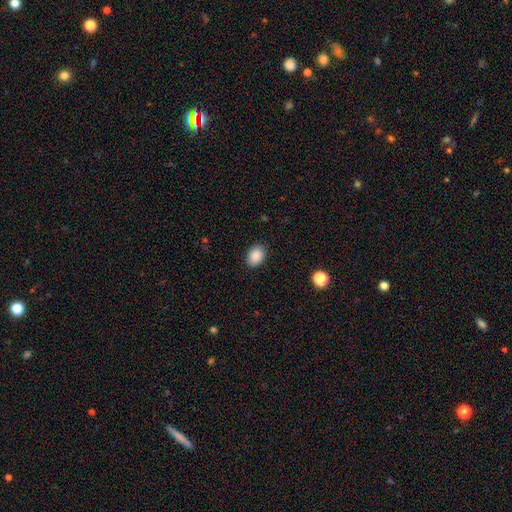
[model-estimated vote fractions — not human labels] smooth_or_featured: smooth (p=0.89) [alt: star or artifact p=0.08]
how_rounded: in between (p=0.74) [alt: round p=0.25]
merging: none (p=0.87) [alt: minor disturbance p=0.09]